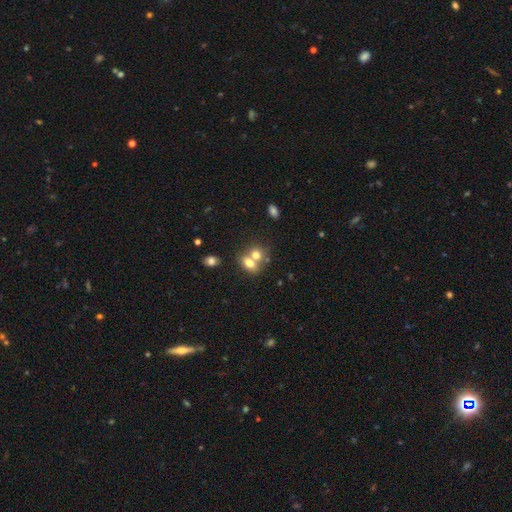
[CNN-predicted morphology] smooth_or_featured: smooth (p=0.71) [alt: featured or disk p=0.18]
how_rounded: in between (p=0.54) [alt: round p=0.44]
merging: merger (p=0.63) [alt: none p=0.27]